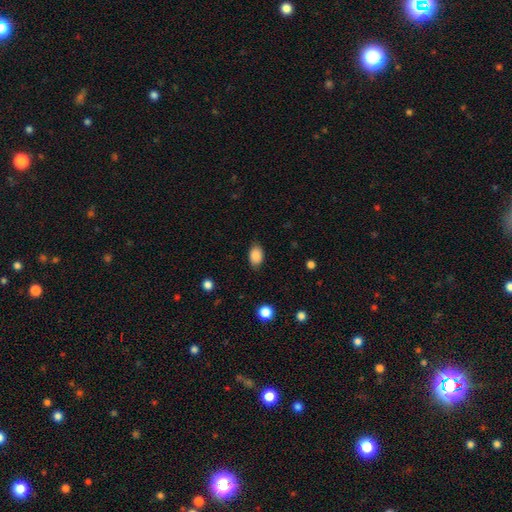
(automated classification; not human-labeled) smooth-or-featured: smooth: 88% | star or artifact: 8% | featured or disk: 4%
  how-rounded: in between: 85% | round: 13% | cigar-shaped: 1%
  merging: none: 82% | minor disturbance: 14% | major disturbance: 3% | merger: 1%